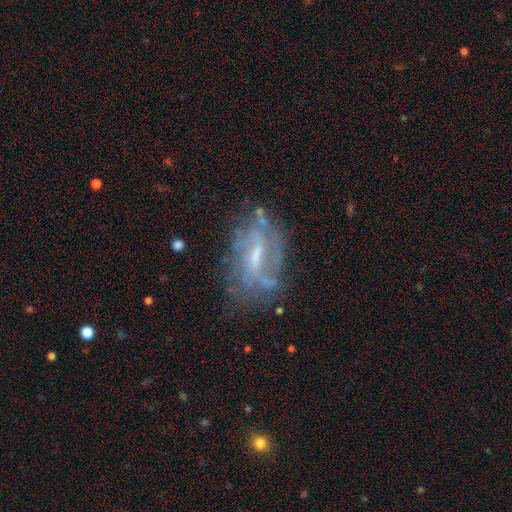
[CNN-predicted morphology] smooth-or-featured: featured or disk: 74% | smooth: 17% | star or artifact: 9%
  disk-edge-on: no: 93% | yes: 7%
    bar: weak: 51% | strong: 27% | no: 22%
    has-spiral-arms: yes: 73% | no: 27%
    bulge-size: small: 41% | moderate: 40% | none: 15% | large: 3% | dominant: 1%
  merging: none: 60% | minor disturbance: 23% | major disturbance: 14% | merger: 4%